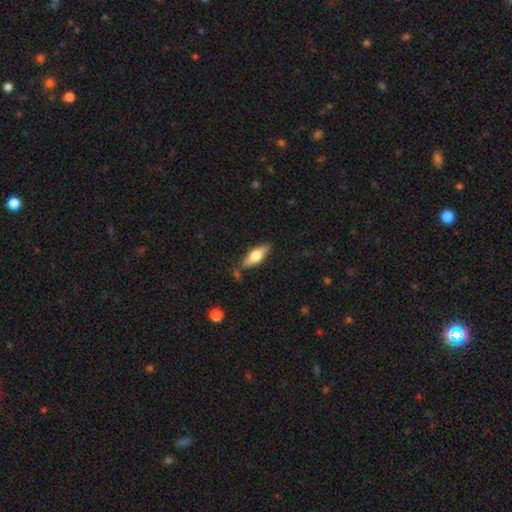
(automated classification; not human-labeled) Morphology: type=smooth (53%); roundness=in between (60%); merging=none (78%).